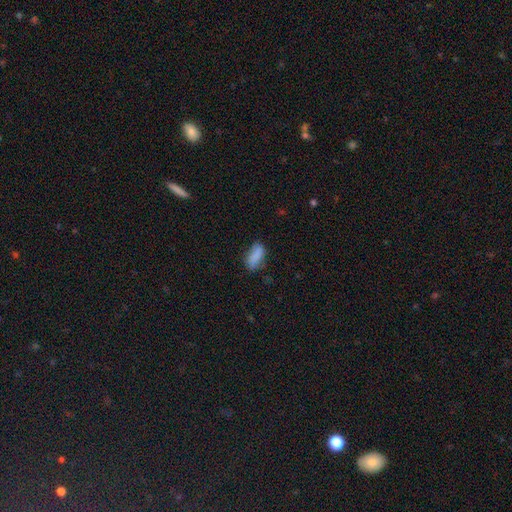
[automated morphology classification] Q: Smooth or featured?
A: smooth (83%); runner-up: featured or disk (9%)
Q: How rounded?
A: in between (86%); runner-up: cigar-shaped (11%)
Q: Merging?
A: none (64%); runner-up: minor disturbance (26%)